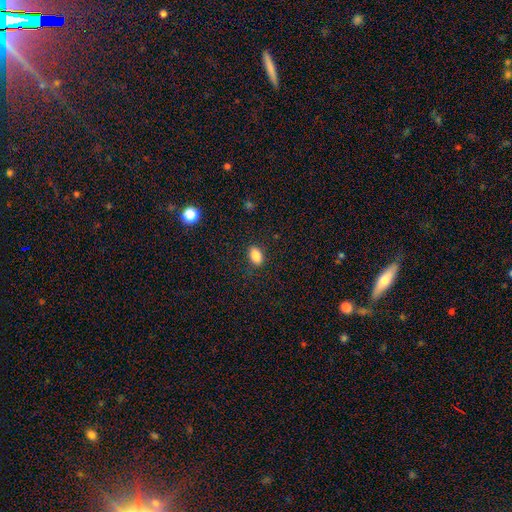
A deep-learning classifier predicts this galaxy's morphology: Smooth or featured? smooth (85%)
How rounded? in between (86%)
Merging? none (86%)